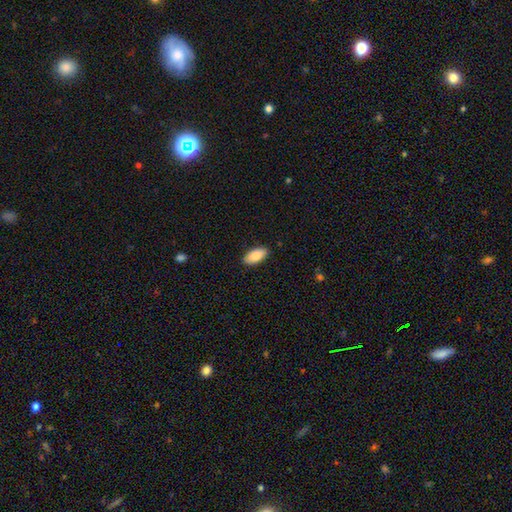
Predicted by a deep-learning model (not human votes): Smooth or featured: smooth — 84% (featured or disk — 10%)
How rounded: in between — 91% (cigar-shaped — 6%)
Merging: none — 89% (minor disturbance — 8%)